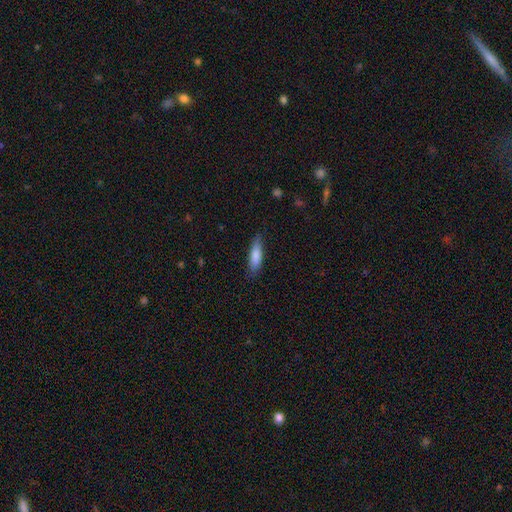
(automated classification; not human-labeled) Q: Smooth or featured?
A: smooth (83%); runner-up: featured or disk (11%)
Q: How rounded?
A: cigar-shaped (59%); runner-up: in between (39%)
Q: Merging?
A: none (77%); runner-up: minor disturbance (18%)